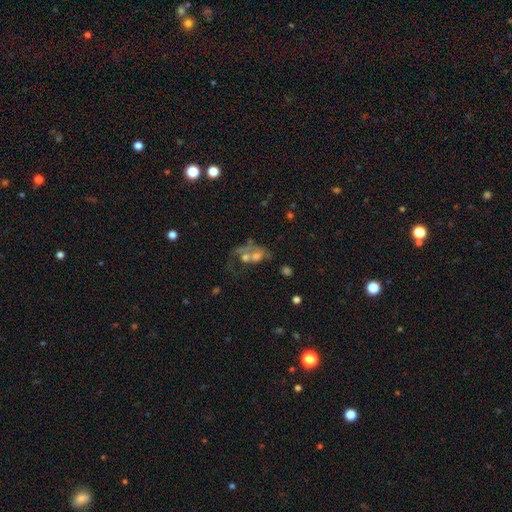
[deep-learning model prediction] smooth-or-featured: featured or disk: 45% | smooth: 33% | star or artifact: 22%
  merging: merger: 48% | major disturbance: 22% | none: 21% | minor disturbance: 10%